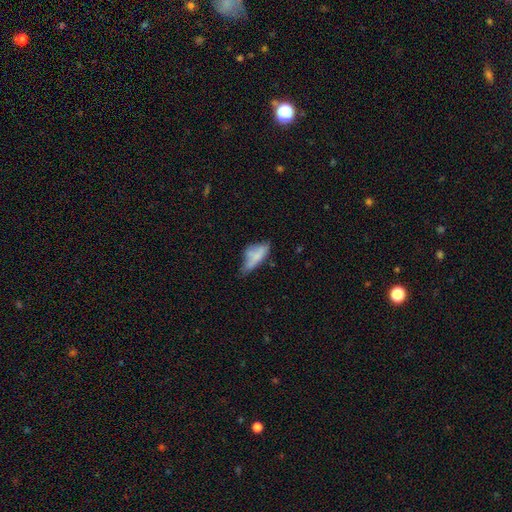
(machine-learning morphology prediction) This is likely a smooth galaxy (65%). How rounded: likely in between (71%). Merging: marginally none (34%).